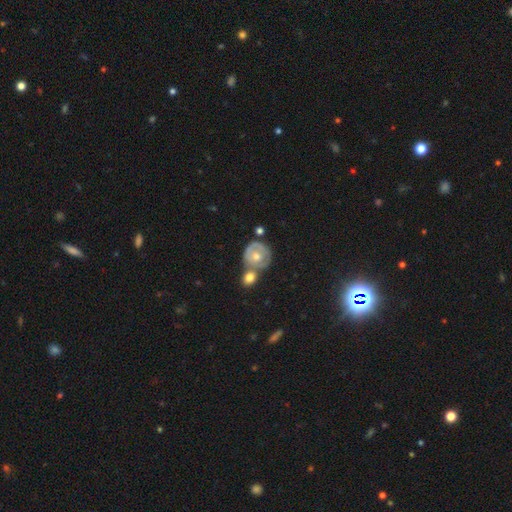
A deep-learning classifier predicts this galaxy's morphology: type=featured or disk (49%); merging=none (43%).